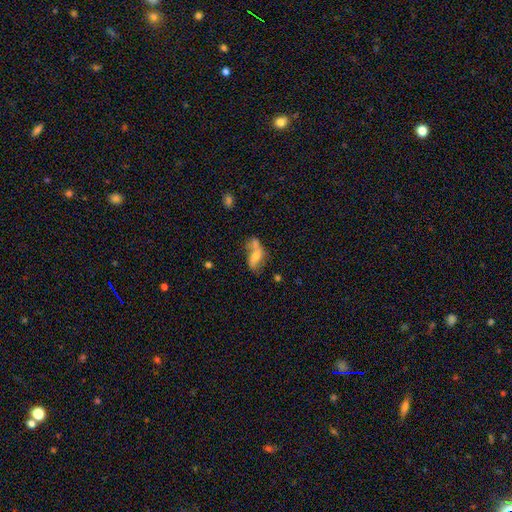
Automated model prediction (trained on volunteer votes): This appears to be a smooth galaxy with no disk features (50%) that is in between round and cigar-shaped (82%). Merging: merger (39%).